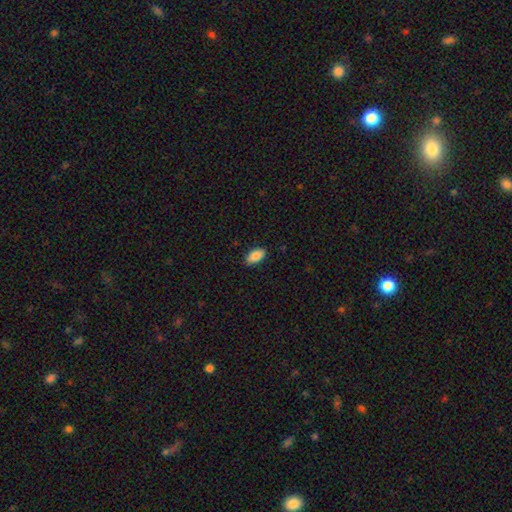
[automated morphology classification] A smooth galaxy with no disk features (87%) that is in between round and cigar-shaped (93%).

Vote fractions:
- Smooth or featured? smooth: 87% / star or artifact: 7% / featured or disk: 6%
- How rounded? in between: 93% / cigar-shaped: 4% / round: 3%
- Merging? none: 87% / minor disturbance: 10% / major disturbance: 2% / merger: 1%